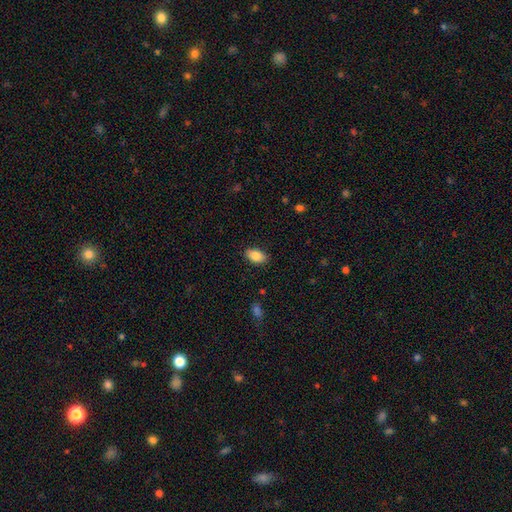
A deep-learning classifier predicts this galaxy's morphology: type=smooth (85%); roundness=in between (92%); merging=none (87%).